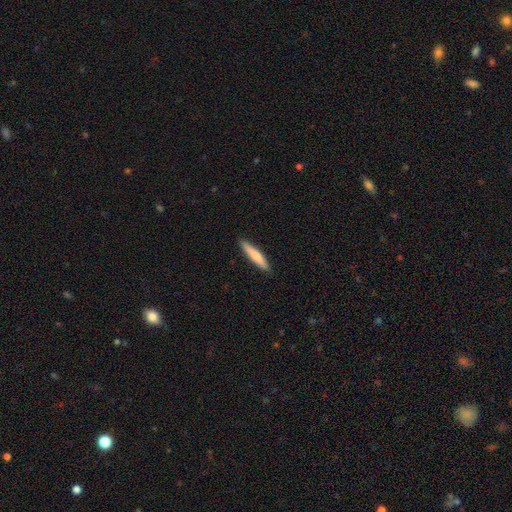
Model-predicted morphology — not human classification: Smooth or featured: smooth — 70% (featured or disk — 25%)
How rounded: cigar-shaped — 90% (in between — 9%)
Merging: none — 89% (minor disturbance — 8%)